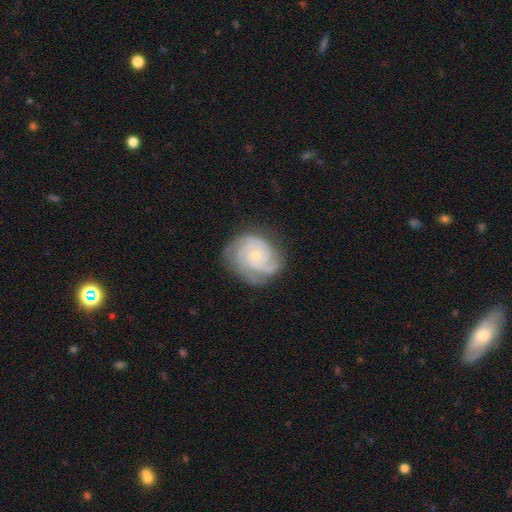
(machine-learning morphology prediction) This is clearly a featured or disk galaxy (85%). It is clearly not viewed edge-on (98%). Bar: likely no (75%). Spiral arm pattern: clearly yes (97%). Spiral arm count: marginally 3 (38%). Spiral winding: likely tight (64%). Central bulge: likely small (75%). Merging: likely none (73%).